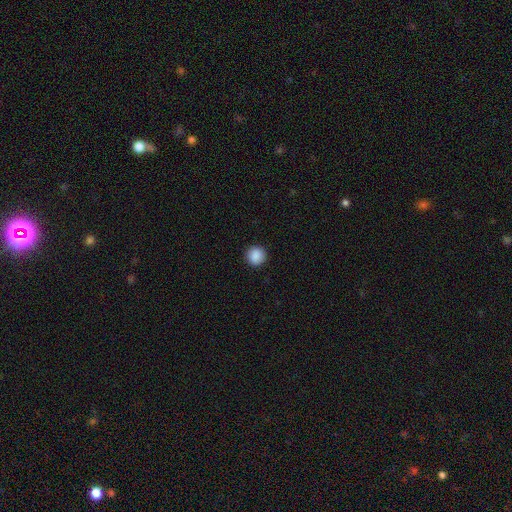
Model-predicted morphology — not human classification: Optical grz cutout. It shows a smooth galaxy with no disk features (88%) that is round (94%). Merging: none (92%).